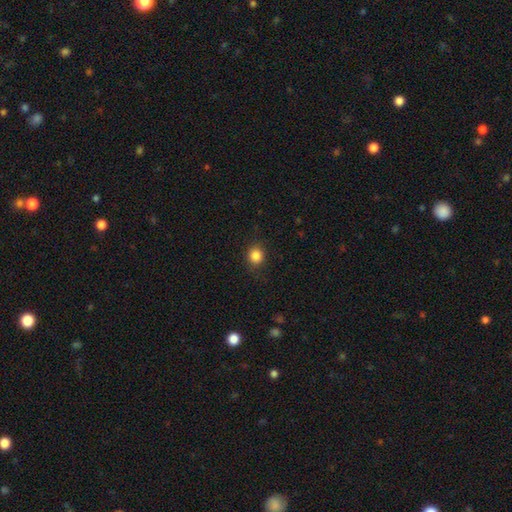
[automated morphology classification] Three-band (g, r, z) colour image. It shows a smooth galaxy with no disk features (85%) that is round (84%). Merging: none (85%).